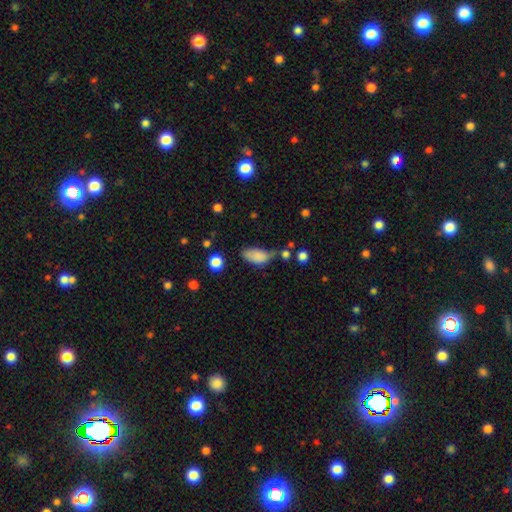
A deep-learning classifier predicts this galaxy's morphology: This appears to be a smooth galaxy with no disk features (82%) that is in between round and cigar-shaped (90%). Merging: none (37%).